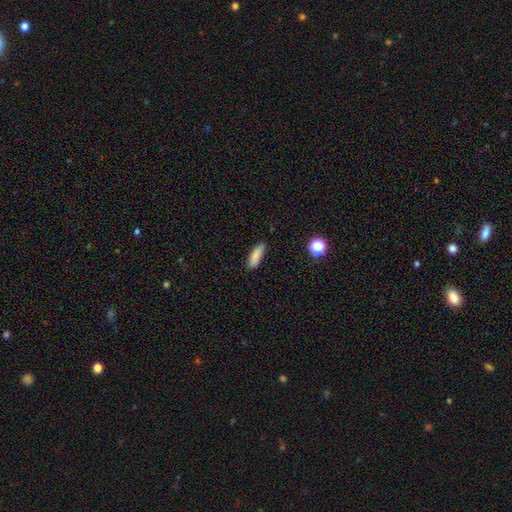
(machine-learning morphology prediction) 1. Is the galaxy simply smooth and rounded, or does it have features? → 85% smooth, 9% star or artifact, 6% featured or disk.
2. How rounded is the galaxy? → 50% cigar-shaped, 48% in between, 2% round.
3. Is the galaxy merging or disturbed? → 81% none, 14% minor disturbance, 3% major disturbance, 2% merger.